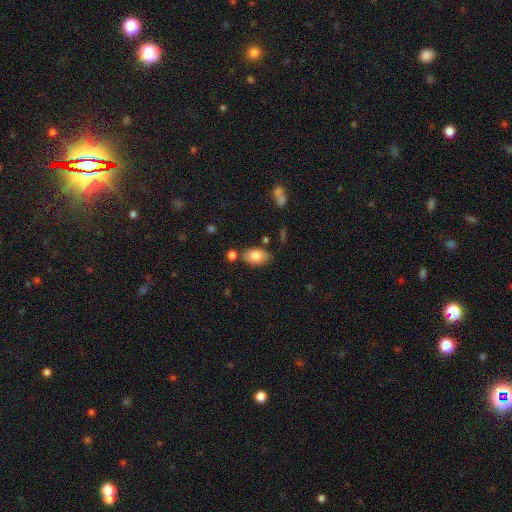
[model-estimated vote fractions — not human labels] Smooth or featured?
  - smooth: 82% *
  - featured or disk: 11%
  - star or artifact: 7%
How rounded?
  - in between: 92% *
  - round: 7%
  - cigar-shaped: 1%
Merging?
  - none: 73% *
  - minor disturbance: 16%
  - merger: 8%
  - major disturbance: 4%